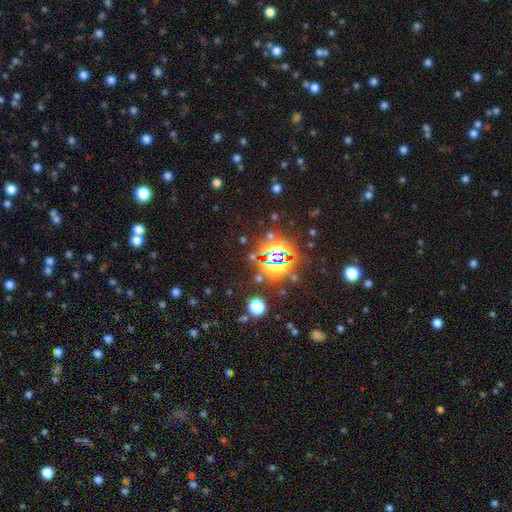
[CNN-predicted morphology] A star or artifact, not a galaxy (80%).